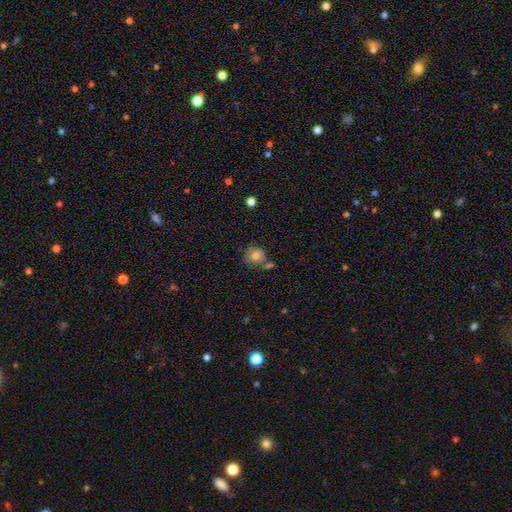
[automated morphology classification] A smooth galaxy with no disk features (79%) that is round (80%).

Vote fractions:
- Smooth or featured? smooth: 79% / featured or disk: 11% / star or artifact: 10%
- How rounded? round: 80% / in between: 19% / cigar-shaped: 1%
- Merging? none: 59% / merger: 18% / minor disturbance: 18% / major disturbance: 5%